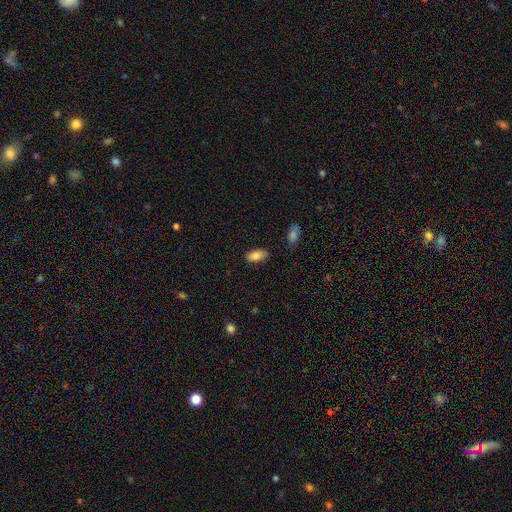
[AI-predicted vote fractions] The model was most divided on "merging": none: 83%, minor disturbance: 13%, major disturbance: 2%, merger: 2%. More confident: how rounded — in between (92%); smooth or featured — smooth (85%).